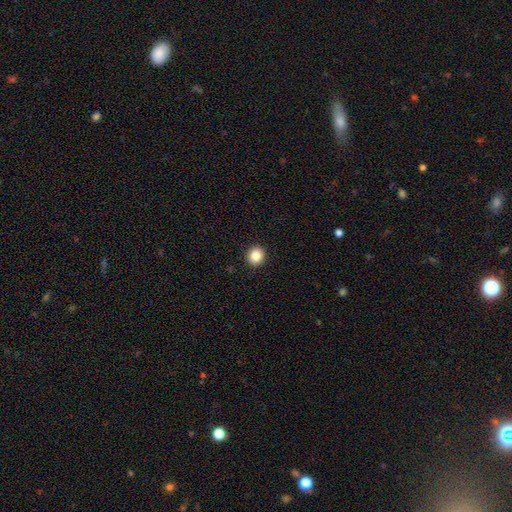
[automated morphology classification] Smooth or featured? Predicted: smooth (p=0.86). How rounded? Predicted: round (p=0.88). Merging? Predicted: none (p=0.92).